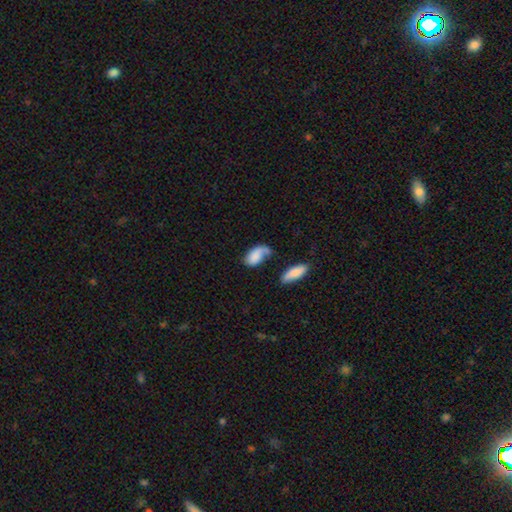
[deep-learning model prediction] The model was most divided on "merging": none: 35%, minor disturbance: 24%, major disturbance: 22%, merger: 19%. More confident: how rounded — in between (90%); smooth or featured — smooth (73%).